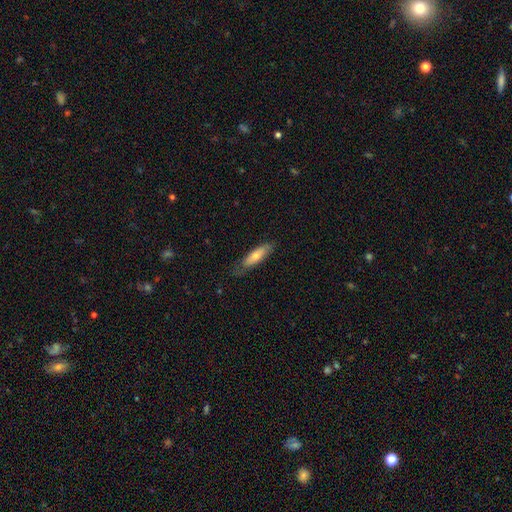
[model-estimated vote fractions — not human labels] smooth-or-featured: smooth: 65% | featured or disk: 29% | star or artifact: 6%
  how-rounded: cigar-shaped: 59% | in between: 40% | round: 2%
  merging: none: 71% | minor disturbance: 23% | major disturbance: 5% | merger: 1%